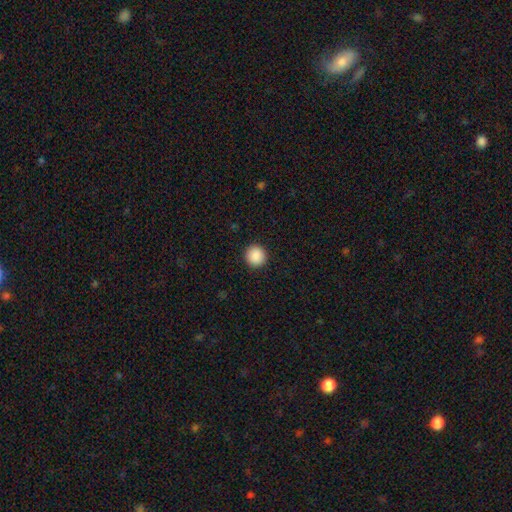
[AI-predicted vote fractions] This appears to be a smooth galaxy with no disk features (89%) that is round (95%). Merging: none (93%).